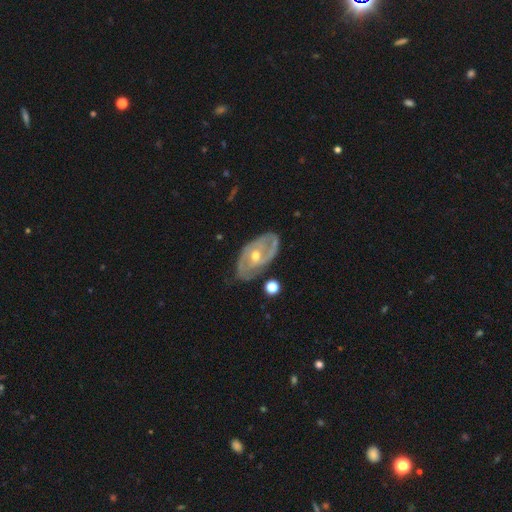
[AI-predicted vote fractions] Overall: featured or disk (83%). Edge-on disk: no (94%). Bar: no (55%; weak 33%). Spiral arms: yes (86%). Spiral arm count: 2 (60%; can't tell 21%). Spiral winding: tight (49%; medium 38%). Bulge size: moderate (62%; small 35%). Merging: none (73%).